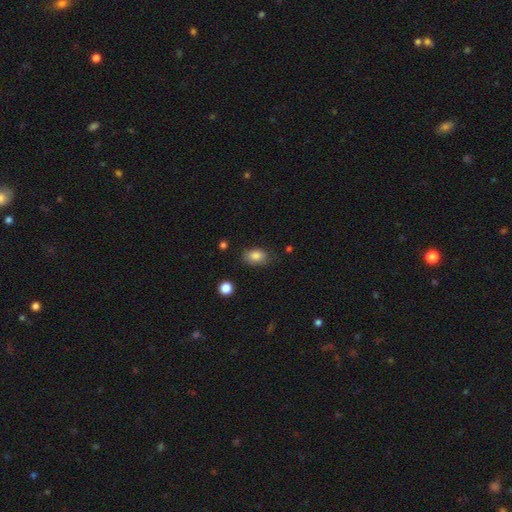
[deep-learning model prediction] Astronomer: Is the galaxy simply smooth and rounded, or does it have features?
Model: smooth — 85%.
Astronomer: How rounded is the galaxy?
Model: in between — 82%.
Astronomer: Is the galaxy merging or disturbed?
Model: none — 76%.